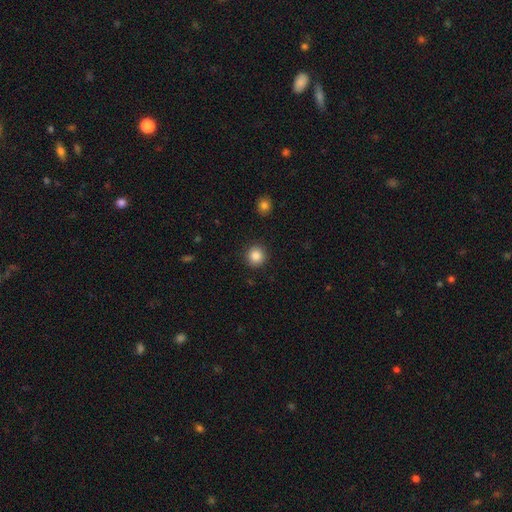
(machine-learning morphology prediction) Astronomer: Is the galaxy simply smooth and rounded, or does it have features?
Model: smooth — 87%.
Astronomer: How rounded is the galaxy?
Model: round — 93%.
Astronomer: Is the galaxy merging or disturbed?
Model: none — 91%.